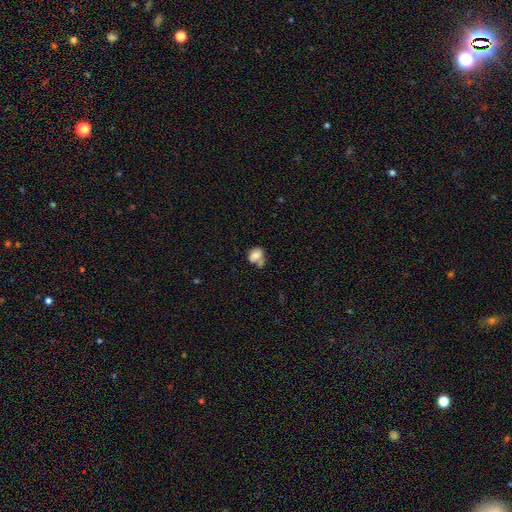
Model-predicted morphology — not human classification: Smooth or featured? Predicted: smooth (p=0.77). How rounded? Predicted: in between (p=0.51). Merging? Predicted: none (p=0.38).